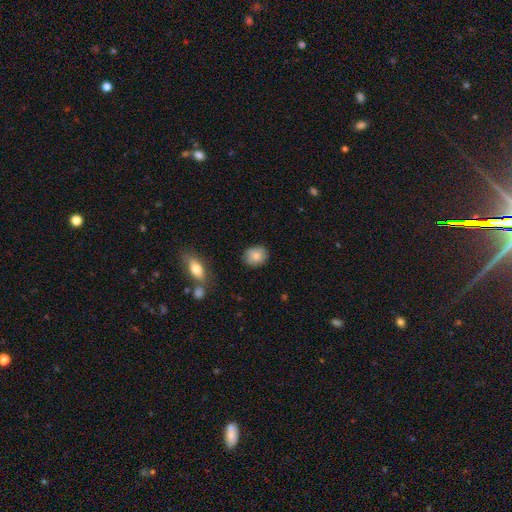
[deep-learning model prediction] Morphology: type=smooth (81%); roundness=round (64%); merging=none (80%).